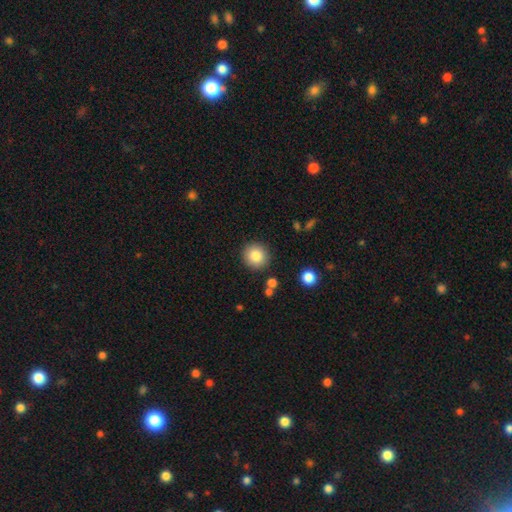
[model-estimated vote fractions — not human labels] This appears to be a smooth galaxy with no disk features (84%) that is round (92%). Merging: none (88%).